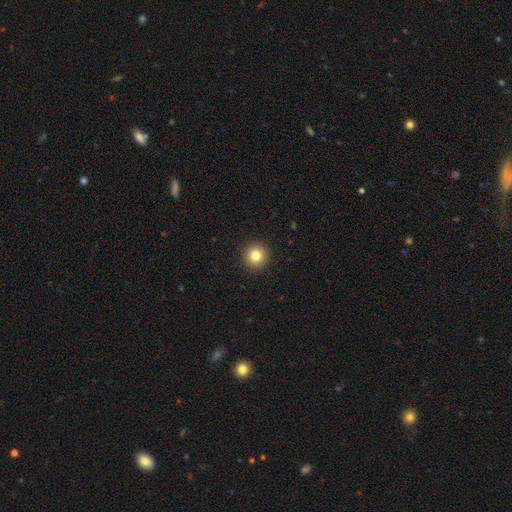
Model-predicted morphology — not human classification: Smooth or featured? smooth (82%)
How rounded? round (95%)
Merging? none (93%)